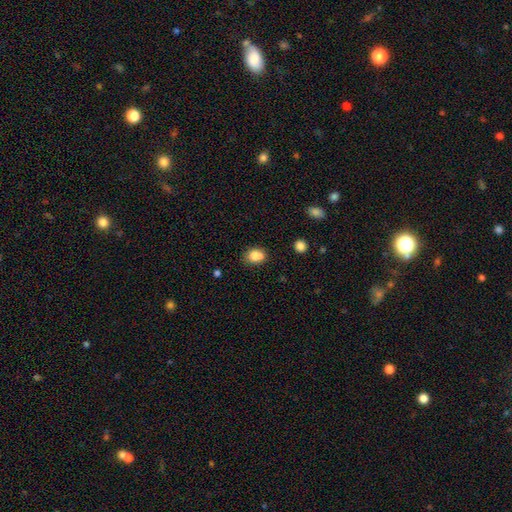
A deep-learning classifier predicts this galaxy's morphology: The model was most divided on "how rounded": in between: 51%, round: 48%, cigar-shaped: 1%. More confident: smooth or featured — smooth (79%); merging — none (51%).